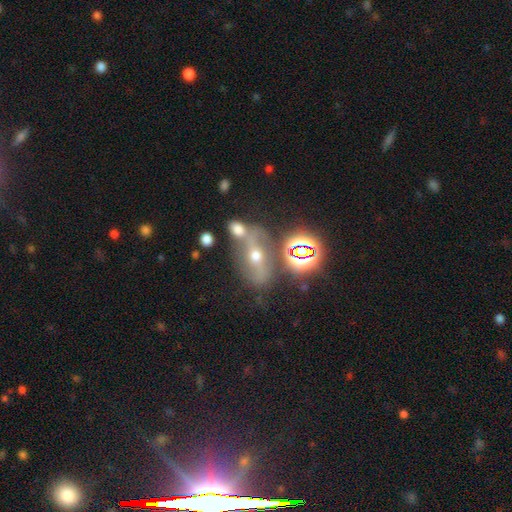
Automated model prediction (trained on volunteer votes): This appears to be a featured or disk galaxy (43%). Merging: none (51%).